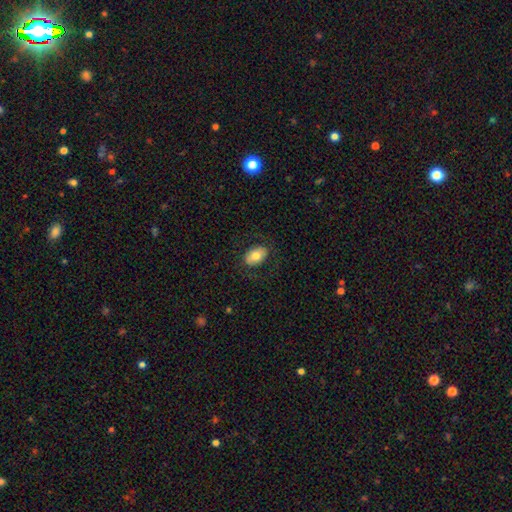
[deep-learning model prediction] Smooth or featured?
  - smooth: 76% *
  - featured or disk: 17%
  - star or artifact: 7%
How rounded?
  - in between: 84% *
  - round: 15%
  - cigar-shaped: 1%
Merging?
  - none: 83% *
  - minor disturbance: 11%
  - major disturbance: 5%
  - merger: 1%